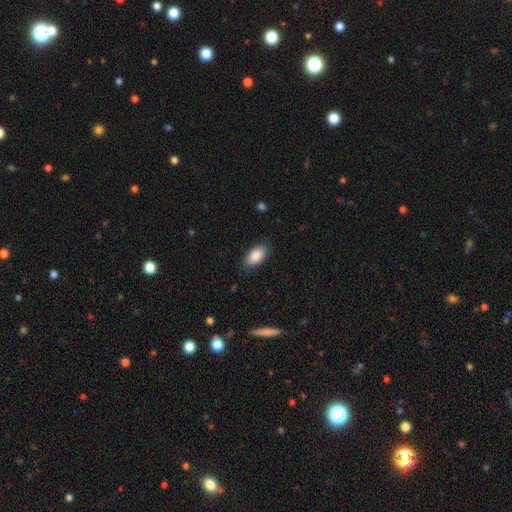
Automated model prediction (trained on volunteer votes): A smooth galaxy with no disk features (88%) that is in between round and cigar-shaped (93%).

Vote fractions:
- Smooth or featured? smooth: 88% / star or artifact: 6% / featured or disk: 5%
- How rounded? in between: 93% / cigar-shaped: 4% / round: 3%
- Merging? none: 85% / minor disturbance: 11% / major disturbance: 3% / merger: 1%